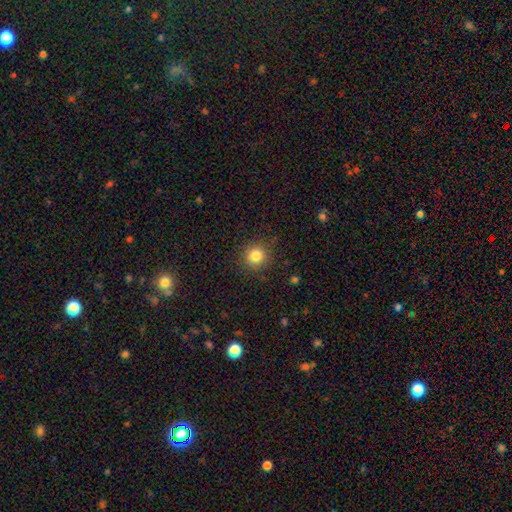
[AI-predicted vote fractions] Smooth or featured? Predicted: smooth (p=0.82). How rounded? Predicted: round (p=0.92). Merging? Predicted: none (p=0.88).